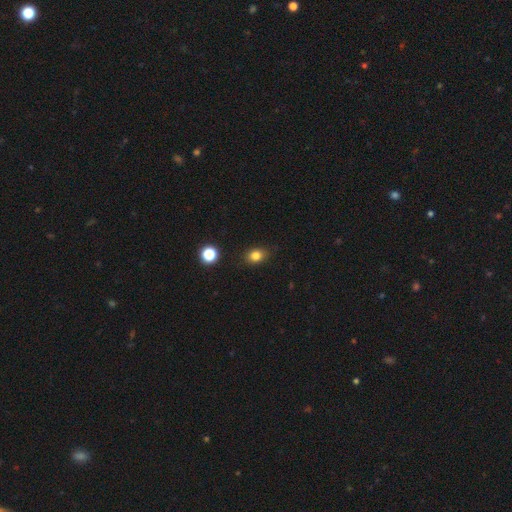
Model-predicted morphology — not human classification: A smooth galaxy with no disk features (81%) that is in between round and cigar-shaped (56%).

Vote fractions:
- Smooth or featured? smooth: 81% / star or artifact: 13% / featured or disk: 6%
- How rounded? in between: 56% / round: 42% / cigar-shaped: 1%
- Merging? none: 84% / minor disturbance: 12% / major disturbance: 3% / merger: 2%